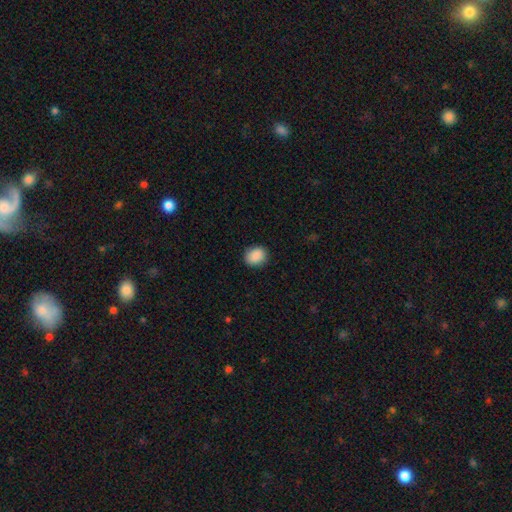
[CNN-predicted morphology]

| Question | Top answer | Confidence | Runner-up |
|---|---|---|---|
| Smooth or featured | smooth | 90% | star or artifact (7%) |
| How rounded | round | 55% | in between (44%) |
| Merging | none | 89% | minor disturbance (8%) |